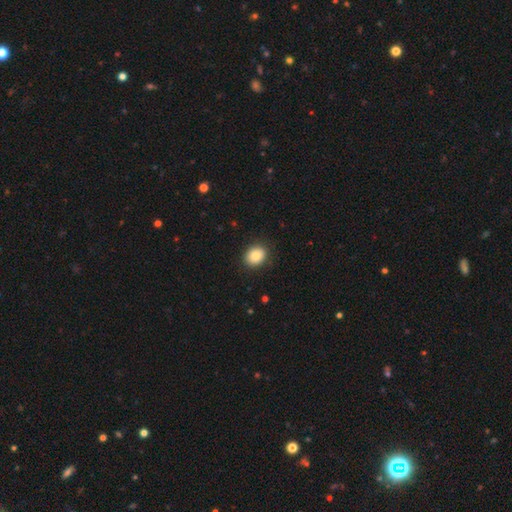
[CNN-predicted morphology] The model was most divided on "how rounded": in between: 51%, round: 48%, cigar-shaped: 1%. More confident: merging — none (88%); smooth or featured — smooth (86%).